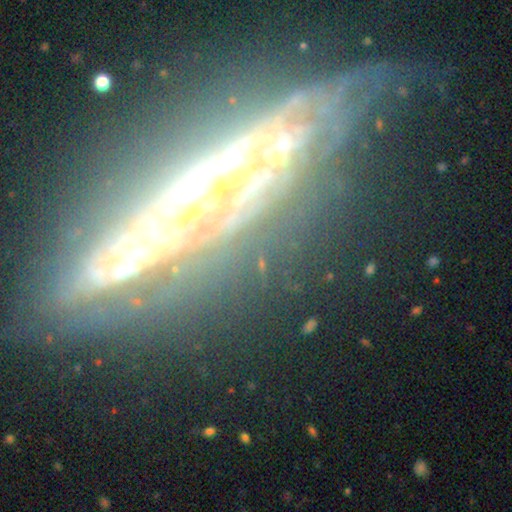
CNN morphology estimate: smooth-or-featured: featured or disk: 78% | star or artifact: 13% | smooth: 9%
  disk-edge-on: yes: 57% | no: 43%
  merging: none: 62% | minor disturbance: 18% | major disturbance: 15% | merger: 5%